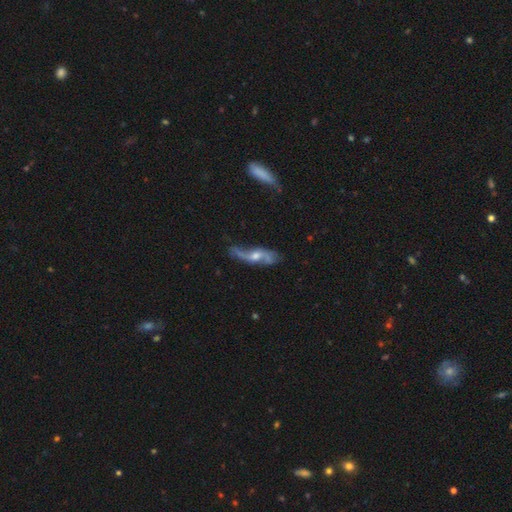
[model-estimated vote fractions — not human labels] Smooth or featured: featured or disk — 81% (smooth — 13%)
Edge-on disk: no — 79% (yes — 21%)
Bar: no — 56% (weak — 34%)
Spiral arms: yes — 91% (no — 9%)
Spiral winding: loose — 74% (medium — 20%)
Spiral arm count: 2 — 88% (can't tell — 5%)
Bulge size: moderate — 59% (small — 30%)
Merging: none — 59% (minor disturbance — 23%)